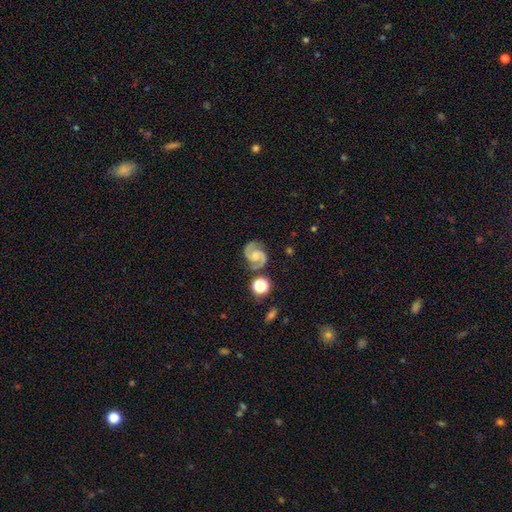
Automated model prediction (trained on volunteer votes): Smooth or featured? Predicted: featured or disk (p=0.88). Edge-on disk? Predicted: no (p=0.98). Bar? Predicted: no (p=0.51). Spiral arms? Predicted: yes (p=0.98). Spiral winding? Predicted: medium (p=0.60). Spiral arm count? Predicted: 2 (p=0.94). Bulge size? Predicted: moderate (p=0.37). Merging? Predicted: none (p=0.79).